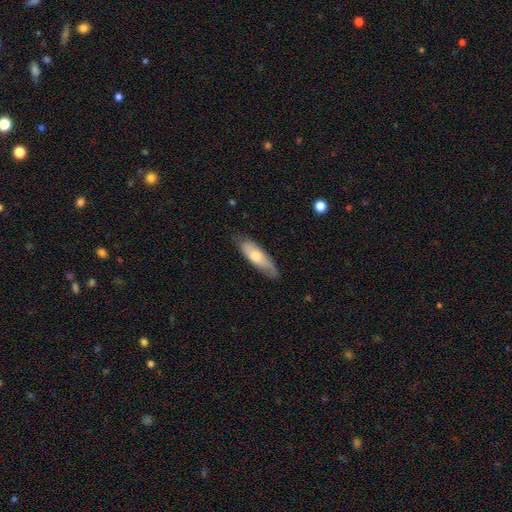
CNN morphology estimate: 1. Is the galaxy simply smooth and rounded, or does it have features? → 61% smooth, 34% featured or disk, 5% star or artifact.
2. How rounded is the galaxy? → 52% in between, 46% cigar-shaped, 2% round.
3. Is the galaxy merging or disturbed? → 72% none, 22% minor disturbance, 5% major disturbance, 1% merger.